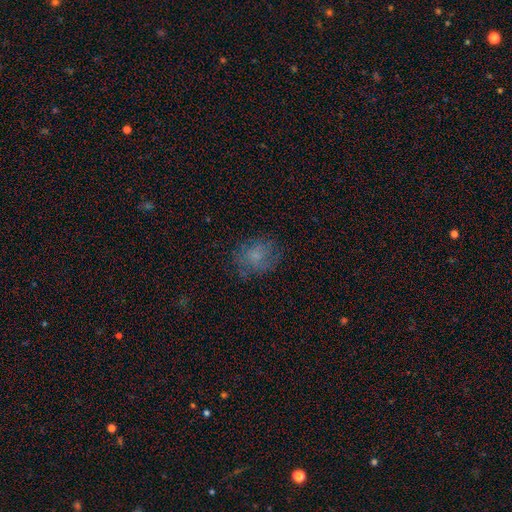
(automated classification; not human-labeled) Smooth or featured: smooth — 64% (featured or disk — 23%)
How rounded: round — 64% (in between — 35%)
Merging: none — 69% (minor disturbance — 19%)